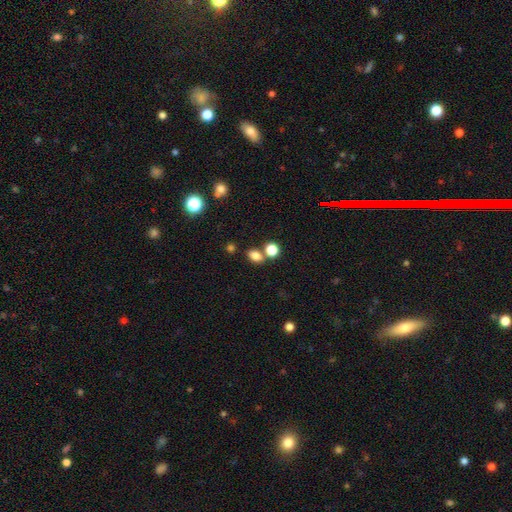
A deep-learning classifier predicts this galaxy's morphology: Smooth or featured: smooth — 80% (star or artifact — 13%)
How rounded: in between — 70% (round — 29%)
Merging: none — 64% (merger — 22%)